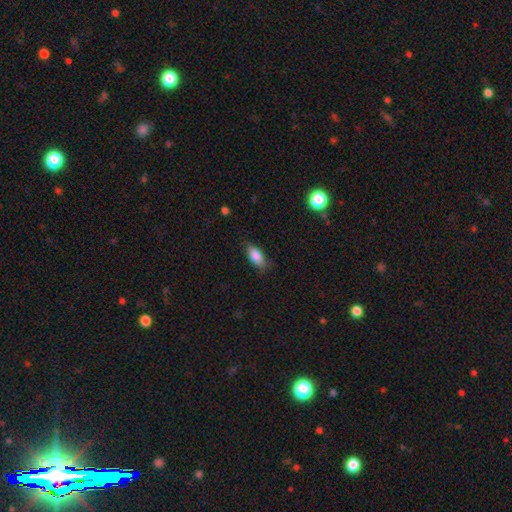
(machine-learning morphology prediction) This is clearly a smooth galaxy (83%). How rounded: clearly in between (85%). Merging: likely none (75%).